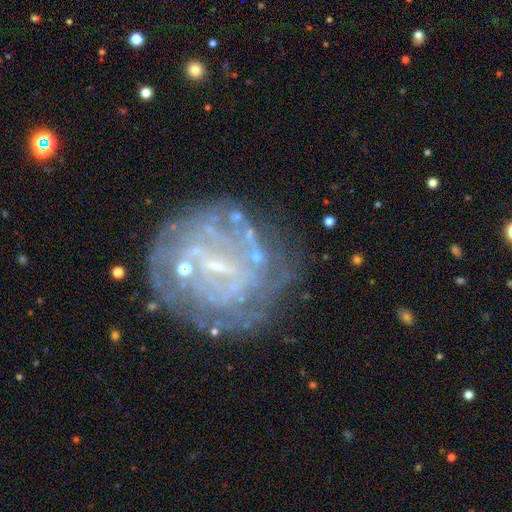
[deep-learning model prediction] A featured or disk galaxy (71%) with a strong bar (35%, tied with weak), tight (55%) spiral arms (78%) and a small central bulge (55%). Merging: none (57%).